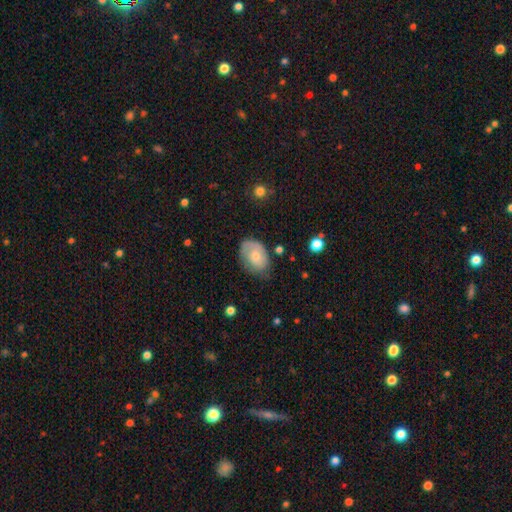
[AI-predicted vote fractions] Q: Smooth or featured?
A: smooth (64%); runner-up: featured or disk (29%)
Q: How rounded?
A: in between (78%); runner-up: round (21%)
Q: Merging?
A: none (58%); runner-up: minor disturbance (29%)